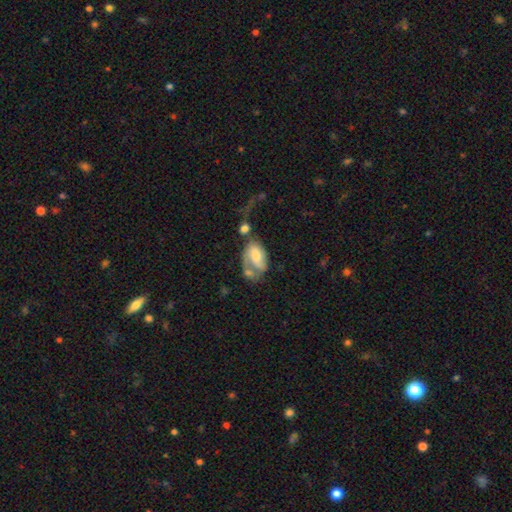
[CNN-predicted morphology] smooth 48%, featured or disk 45%, star or artifact 7%. Down the decision tree: merging — merger (32%).